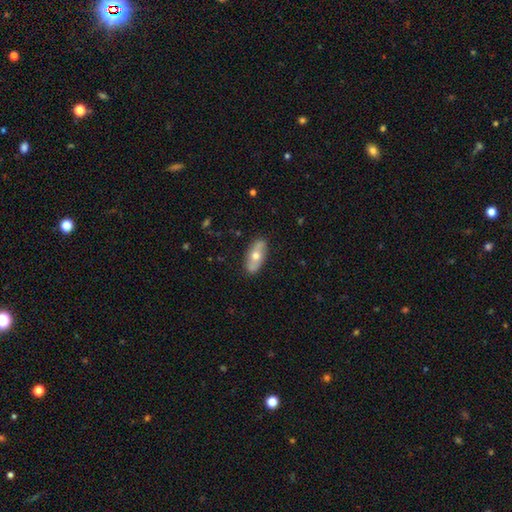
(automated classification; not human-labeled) This is possibly a smooth galaxy (51%). How rounded: clearly in between (85%). Merging: clearly none (85%).